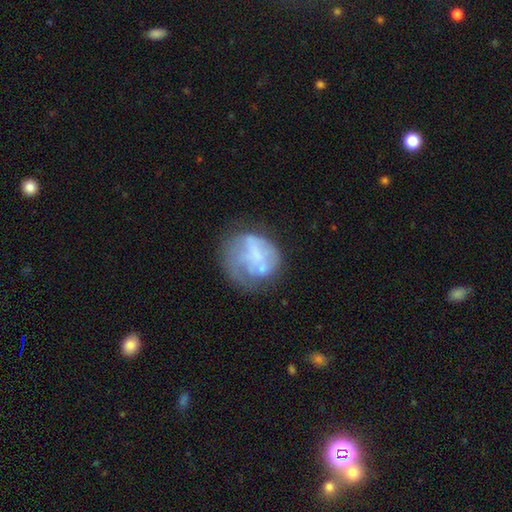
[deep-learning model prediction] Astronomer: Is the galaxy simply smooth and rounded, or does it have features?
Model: featured or disk — 50% (runner-up: smooth, 40%).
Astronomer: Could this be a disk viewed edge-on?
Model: no — 98%.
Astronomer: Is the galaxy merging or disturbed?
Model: none — 44% (runner-up: major disturbance, 26%).